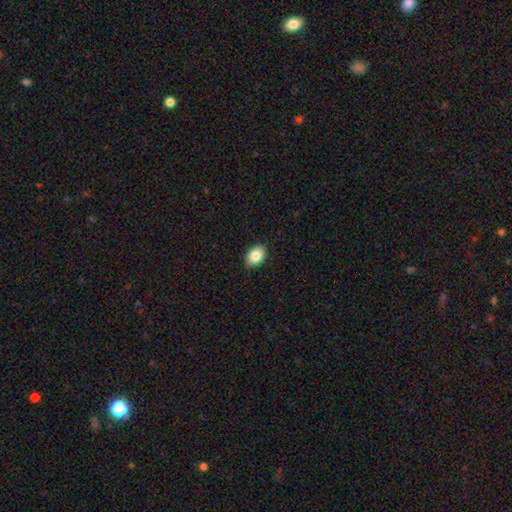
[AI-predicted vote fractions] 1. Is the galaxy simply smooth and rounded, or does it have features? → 84% smooth, 8% featured or disk, 8% star or artifact.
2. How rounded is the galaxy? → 82% in between, 17% round, 1% cigar-shaped.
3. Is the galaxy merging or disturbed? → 88% none, 9% minor disturbance, 2% major disturbance, 1% merger.